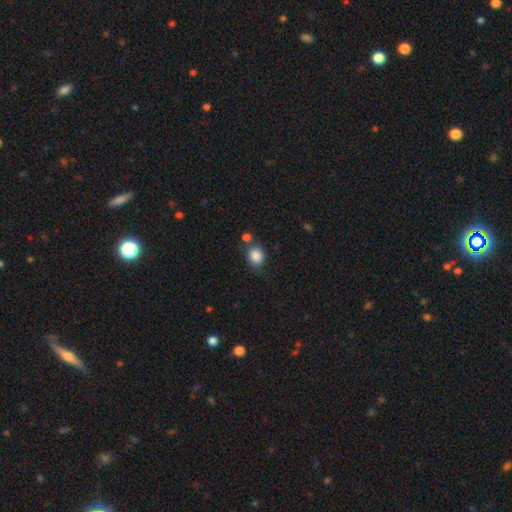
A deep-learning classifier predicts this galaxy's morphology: A smooth galaxy with no disk features (85%) that is round (57%). Merging: none (62%).